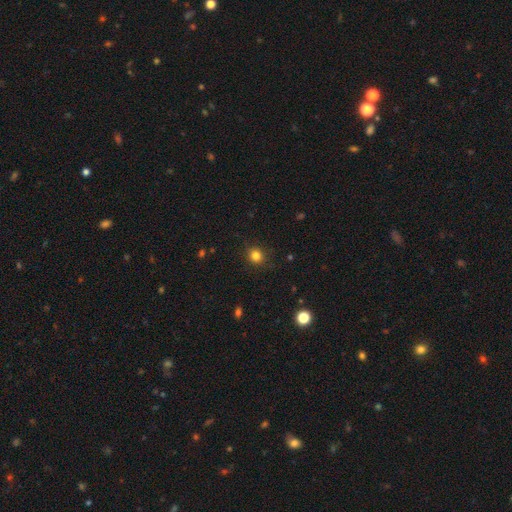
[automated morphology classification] Smooth or featured: smooth — 82% (star or artifact — 13%)
How rounded: round — 86% (in between — 13%)
Merging: none — 89% (minor disturbance — 8%)